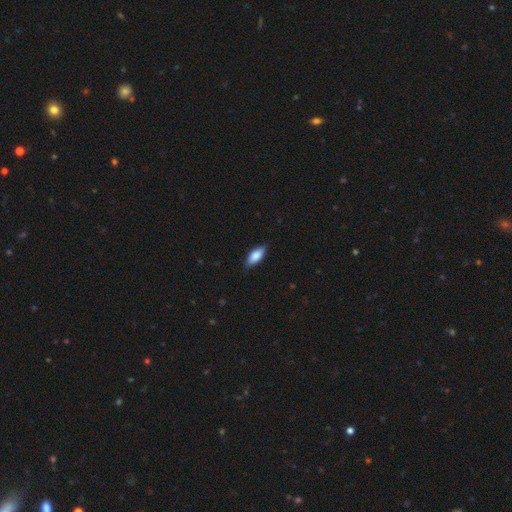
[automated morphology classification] type=smooth (82%); roundness=in between (83%); merging=none (84%).